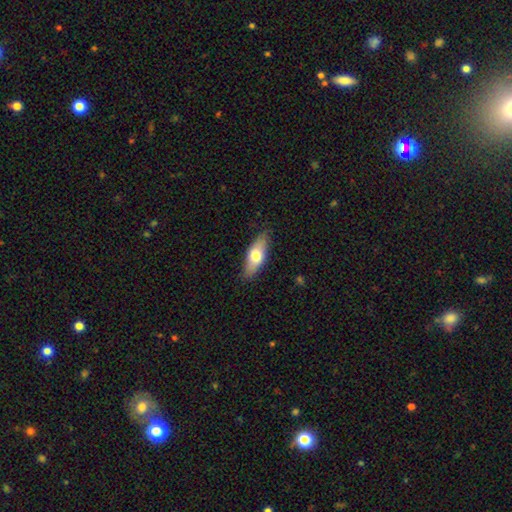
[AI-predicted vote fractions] A smooth galaxy with no disk features (64%) that is in between round and cigar-shaped (68%).

Vote fractions:
- Smooth or featured? smooth: 64% / featured or disk: 30% / star or artifact: 6%
- How rounded? in between: 68% / cigar-shaped: 29% / round: 3%
- Merging? none: 84% / minor disturbance: 12% / major disturbance: 2% / merger: 1%